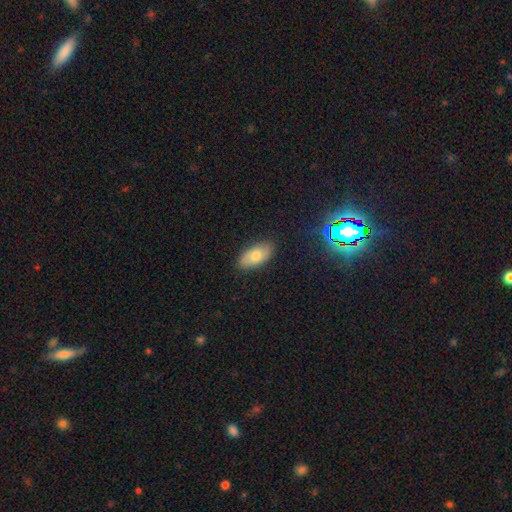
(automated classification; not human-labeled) smooth_or_featured: smooth (p=0.69) [alt: featured or disk p=0.21]
how_rounded: in between (p=0.92) [alt: cigar-shaped p=0.04]
merging: none (p=0.85) [alt: minor disturbance p=0.11]